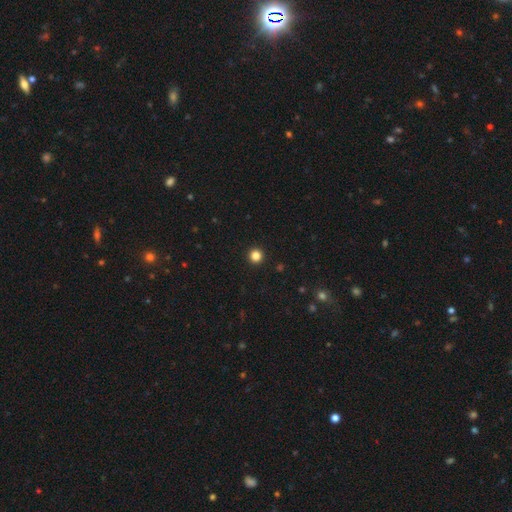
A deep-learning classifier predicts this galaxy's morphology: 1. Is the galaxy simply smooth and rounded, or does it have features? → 84% smooth, 13% star or artifact, 4% featured or disk.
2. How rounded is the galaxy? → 96% round, 3% in between, 1% cigar-shaped.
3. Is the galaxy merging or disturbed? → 94% none, 3% minor disturbance, 1% major disturbance, 1% merger.